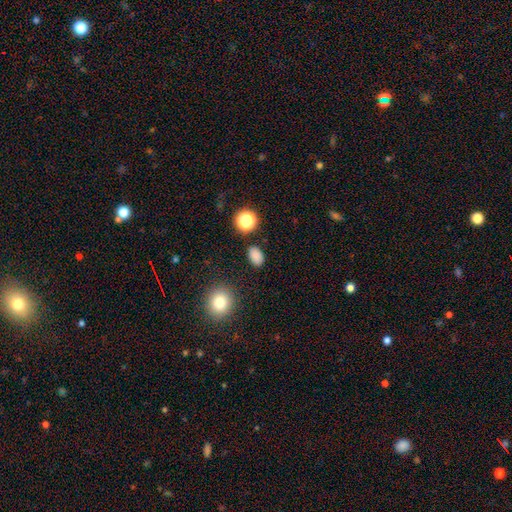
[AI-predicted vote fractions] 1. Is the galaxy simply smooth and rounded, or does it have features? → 83% smooth, 13% star or artifact, 4% featured or disk.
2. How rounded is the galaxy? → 82% in between, 16% round, 1% cigar-shaped.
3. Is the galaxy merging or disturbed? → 86% none, 9% minor disturbance, 3% major disturbance, 2% merger.